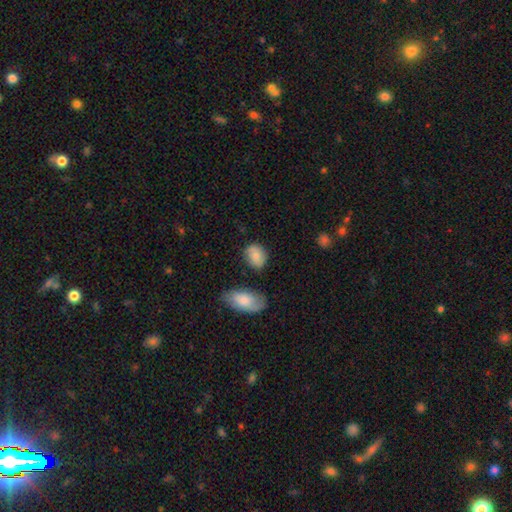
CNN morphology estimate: The model was most divided on "how rounded": in between: 54%, round: 45%, cigar-shaped: 2%. More confident: smooth or featured — smooth (77%); merging — none (75%).